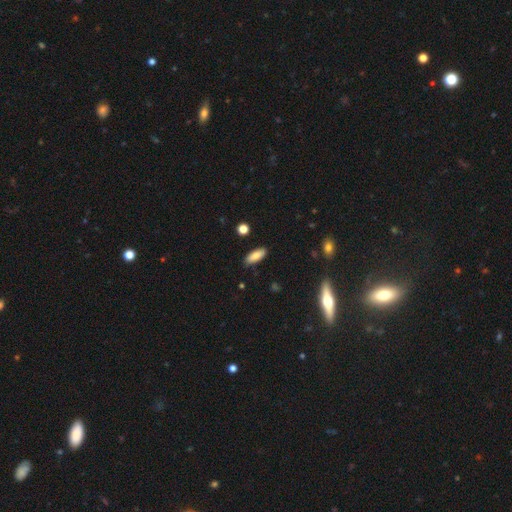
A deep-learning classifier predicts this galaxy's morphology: This is clearly a smooth galaxy (83%). How rounded: likely in between (68%). Merging: clearly none (86%).